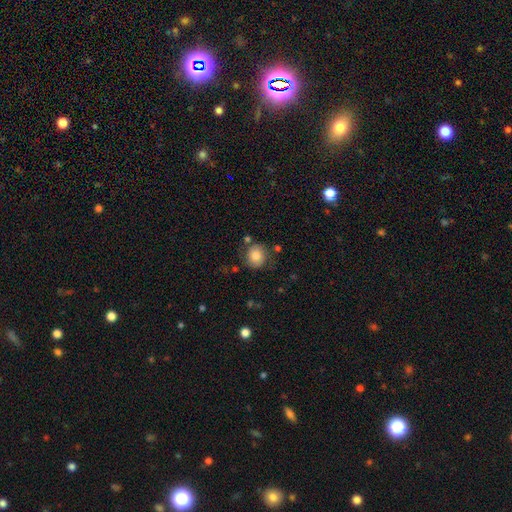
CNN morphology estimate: This appears to be a smooth galaxy with no disk features (76%) that is round (85%). Merging: none (75%).